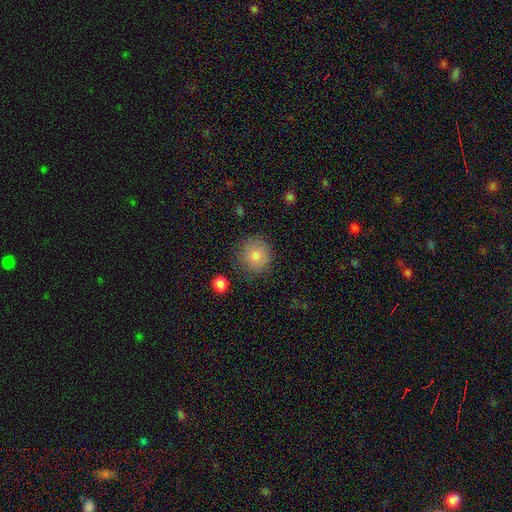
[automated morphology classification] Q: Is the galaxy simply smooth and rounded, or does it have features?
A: smooth — 81%.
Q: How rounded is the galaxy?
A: round — 93%.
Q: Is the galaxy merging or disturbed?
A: none — 85%.